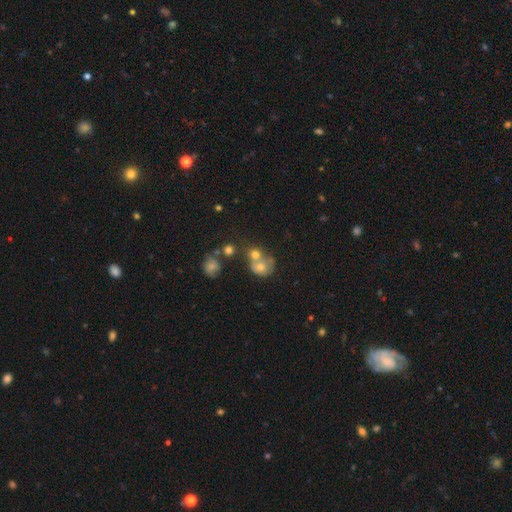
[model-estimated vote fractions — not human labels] A smooth galaxy with no disk features (56%) that is round (76%).

Vote fractions:
- Smooth or featured? smooth: 56% / featured or disk: 22% / star or artifact: 21%
- How rounded? round: 76% / in between: 23% / cigar-shaped: 1%
- Merging? merger: 45% / none: 37% / minor disturbance: 11% / major disturbance: 7%